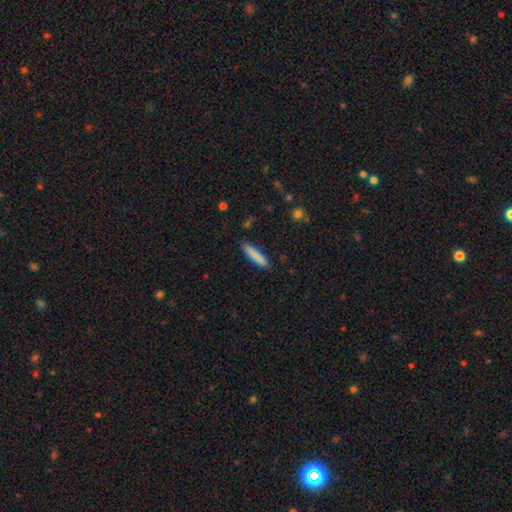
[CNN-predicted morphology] A smooth galaxy with no disk features (84%) that is cigar-shaped (88%). Merging: none (88%).